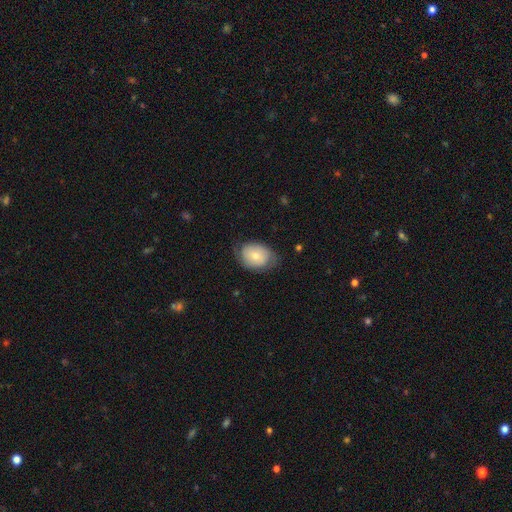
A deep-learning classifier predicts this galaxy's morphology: Smooth or featured?
  - smooth: 65% *
  - featured or disk: 28%
  - star or artifact: 7%
How rounded?
  - in between: 69% *
  - round: 30%
  - cigar-shaped: 1%
Merging?
  - none: 66% *
  - minor disturbance: 25%
  - major disturbance: 8%
  - merger: 1%